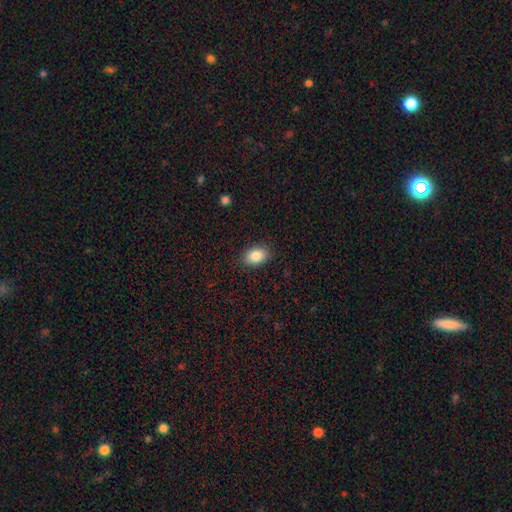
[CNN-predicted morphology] This is clearly a smooth galaxy (85%). How rounded: likely in between (80%). Merging: clearly none (87%).